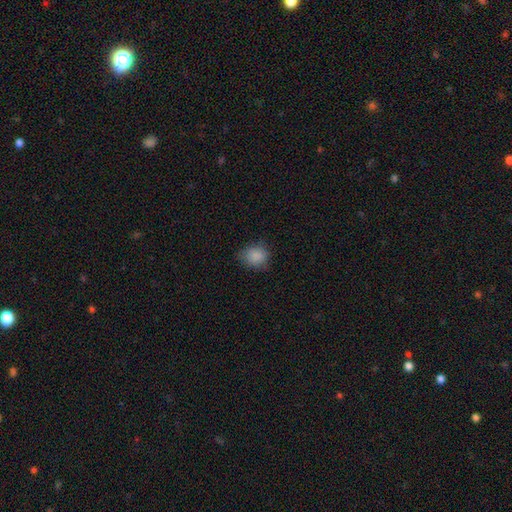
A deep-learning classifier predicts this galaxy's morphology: This is clearly a smooth galaxy (86%). How rounded: likely round (65%). Merging: likely none (72%).